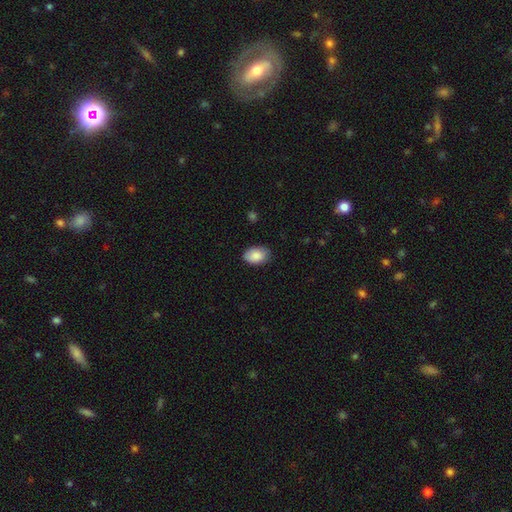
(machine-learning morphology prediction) Smooth or featured: smooth — 87% (star or artifact — 7%)
How rounded: in between — 87% (round — 12%)
Merging: none — 79% (minor disturbance — 17%)